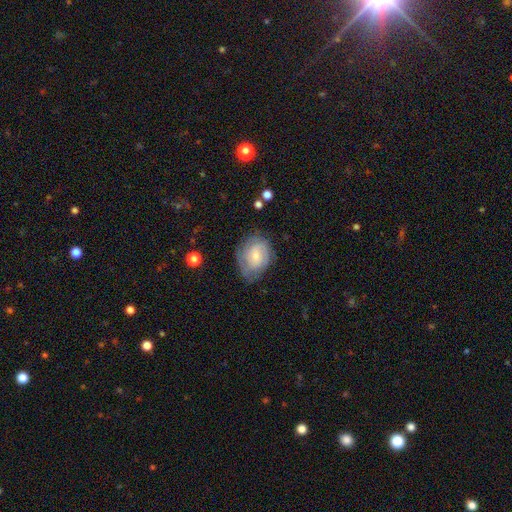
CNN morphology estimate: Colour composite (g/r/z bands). It shows a featured or disk galaxy (56%) with no bar (63%), spiral arms (83%) and a small central bulge (61%). Merging: none (65%).